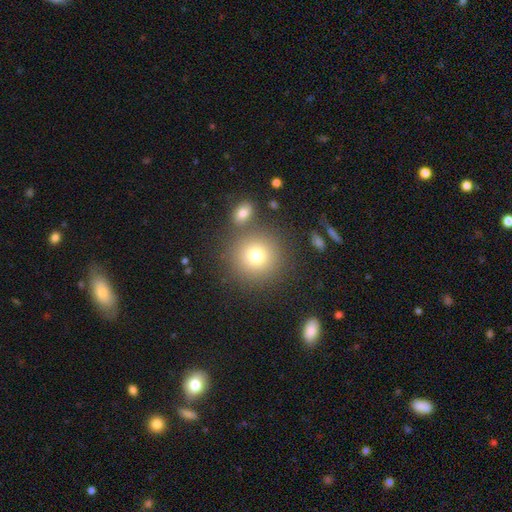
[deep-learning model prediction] A smooth galaxy with no disk features (76%) that is round (93%). Merging: none (78%).